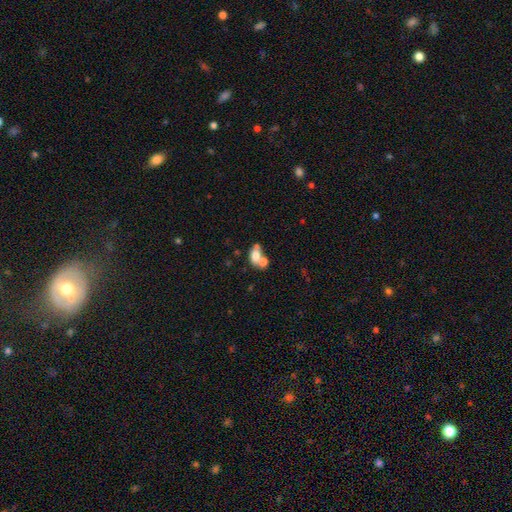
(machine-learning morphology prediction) This appears to be a smooth galaxy with no disk features (70%) that is in between round and cigar-shaped (80%). Merging: merger (56%).